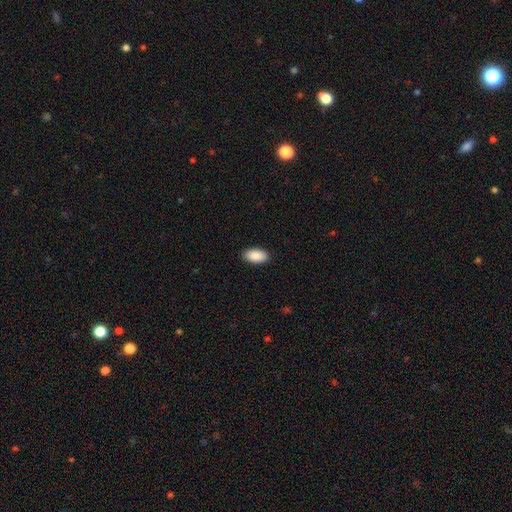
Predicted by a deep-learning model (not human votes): smooth-or-featured: smooth: 90% | star or artifact: 6% | featured or disk: 4%
  how-rounded: in between: 95% | round: 3% | cigar-shaped: 2%
  merging: none: 89% | minor disturbance: 8% | major disturbance: 2% | merger: 1%